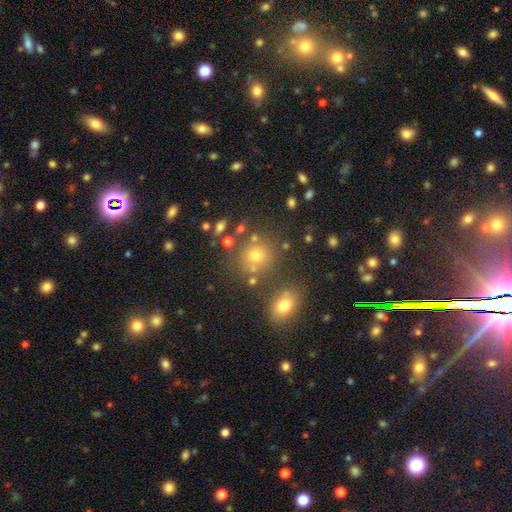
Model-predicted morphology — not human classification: Overall: smooth (66%). How rounded: round (81%). Merging: none (70%).